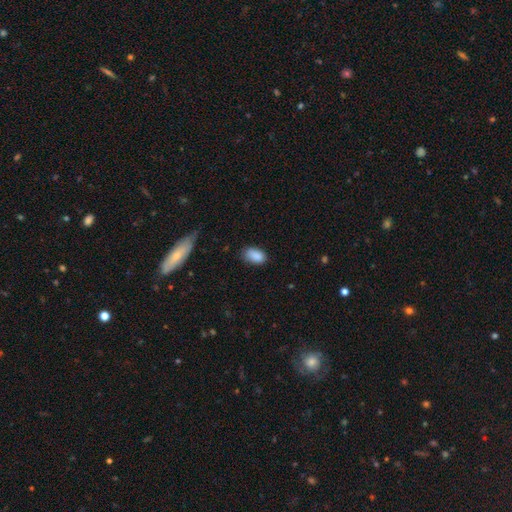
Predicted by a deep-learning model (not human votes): smooth_or_featured: smooth (p=0.88) [alt: star or artifact p=0.08]
how_rounded: in between (p=0.92) [alt: round p=0.06]
merging: none (p=0.69) [alt: minor disturbance p=0.25]